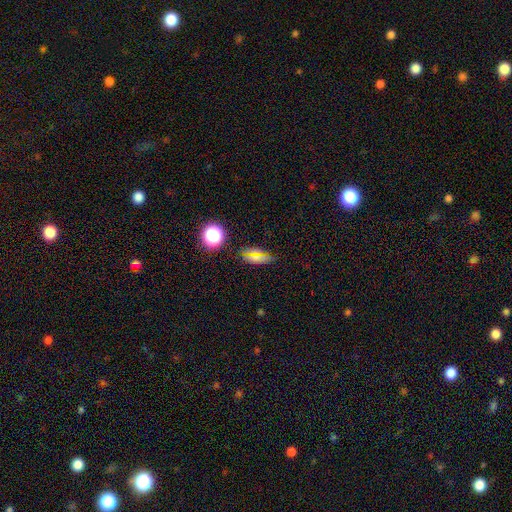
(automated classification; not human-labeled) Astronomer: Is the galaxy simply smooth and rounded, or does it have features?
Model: smooth — 62%.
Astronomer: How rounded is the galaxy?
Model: in between — 71%.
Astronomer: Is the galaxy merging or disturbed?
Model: none — 82%.